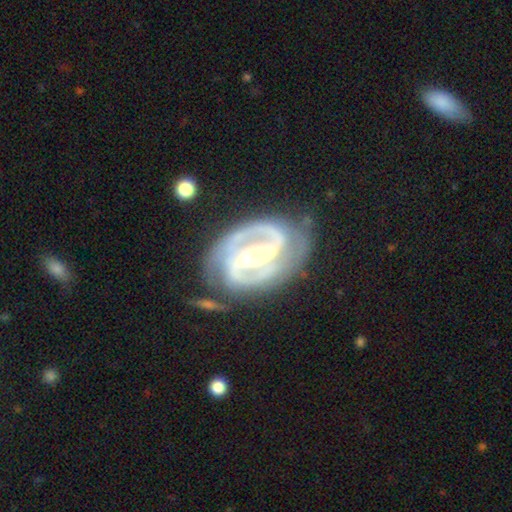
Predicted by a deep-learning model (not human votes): A featured or disk galaxy (92%) with a strong bar (72%), 2 (92%) medium (48%) spiral arms (96%) and a moderate central bulge (62%).

Vote fractions:
- Smooth or featured? featured or disk: 92% / smooth: 4% / star or artifact: 4%
- Edge-on disk? no: 97% / yes: 3%
- Bar? strong: 72% / weak: 21% / no: 7%
- Spiral arms? yes: 96% / no: 4%
- Spiral winding? medium: 48% / tight: 44% / loose: 8%
- Spiral arm count? 2: 92% / can't tell: 3% / 1: 2% / 3: 2% / 4: 1% / more than 4: 1%
- Bulge size? moderate: 62% / small: 18% / large: 16% / none: 2% / dominant: 2%
- Merging? none: 73% / minor disturbance: 17% / major disturbance: 7% / merger: 2%